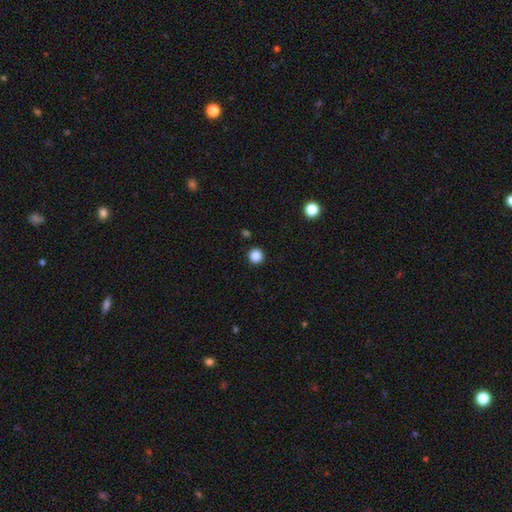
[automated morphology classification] A smooth galaxy with no disk features (86%) that is round (95%).

Vote fractions:
- Smooth or featured? smooth: 86% / star or artifact: 11% / featured or disk: 3%
- How rounded? round: 95% / in between: 4% / cigar-shaped: 1%
- Merging? none: 93% / minor disturbance: 4% / major disturbance: 2% / merger: 1%